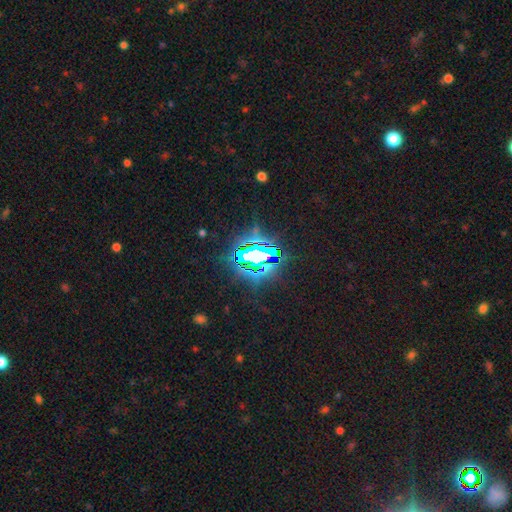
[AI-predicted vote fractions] A star or artifact, not a galaxy (78%).

Vote fractions:
- Smooth or featured? star or artifact: 78% / featured or disk: 11% / smooth: 10%